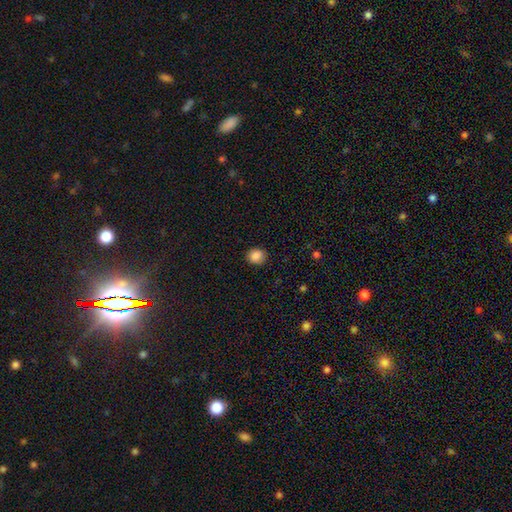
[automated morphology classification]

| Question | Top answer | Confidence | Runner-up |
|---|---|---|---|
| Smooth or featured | smooth | 86% | star or artifact (10%) |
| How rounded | round | 80% | in between (19%) |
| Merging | none | 90% | minor disturbance (7%) |